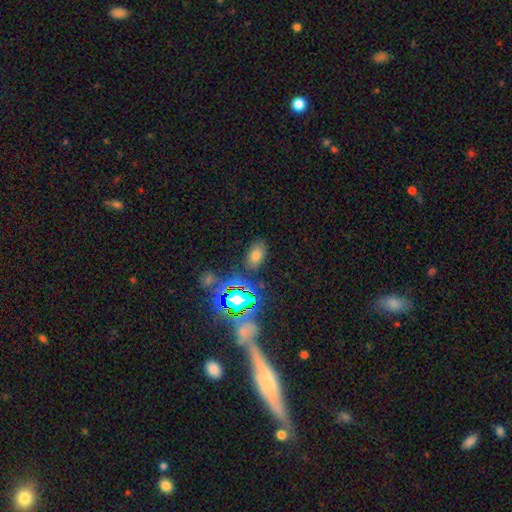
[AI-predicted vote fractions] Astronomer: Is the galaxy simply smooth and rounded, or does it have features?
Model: smooth — 65%.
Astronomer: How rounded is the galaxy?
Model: in between — 89%.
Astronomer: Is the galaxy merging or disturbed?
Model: none — 82%.